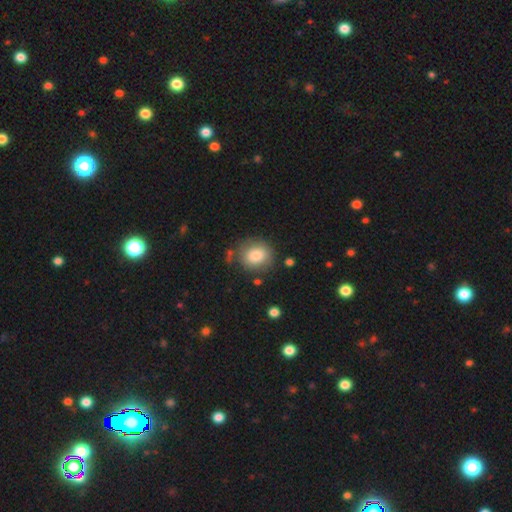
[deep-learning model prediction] smooth 82%, featured or disk 9%, star or artifact 8%. Down the decision tree: how rounded — round (77%); merging — none (77%).